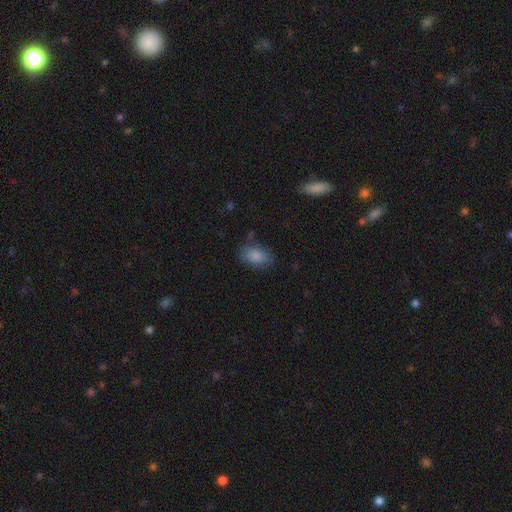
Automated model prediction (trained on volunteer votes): Smooth or featured? Predicted: smooth (p=0.86). How rounded? Predicted: in between (p=0.90). Merging? Predicted: none (p=0.77).